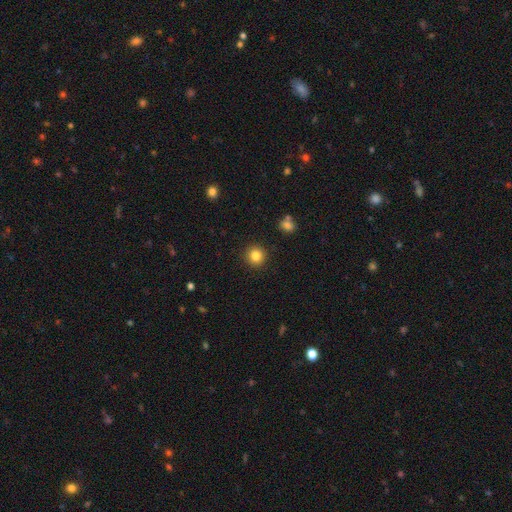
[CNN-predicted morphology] Smooth or featured? Predicted: smooth (p=0.84). How rounded? Predicted: round (p=0.92). Merging? Predicted: none (p=0.91).